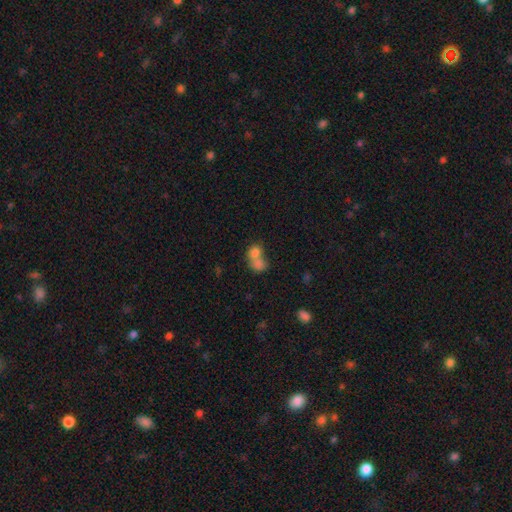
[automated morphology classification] Smooth or featured: smooth — 76% (featured or disk — 14%)
How rounded: round — 54% (in between — 44%)
Merging: merger — 68% (none — 22%)